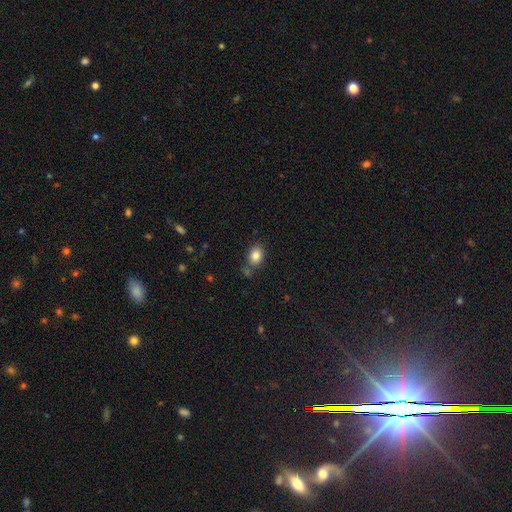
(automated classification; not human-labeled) Smooth or featured? smooth (84%)
How rounded? in between (64%)
Merging? none (72%)